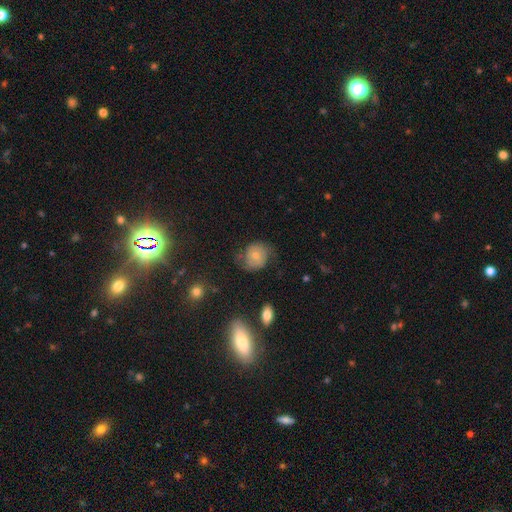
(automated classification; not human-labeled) A featured or disk galaxy (49%). Merging: none (59%).